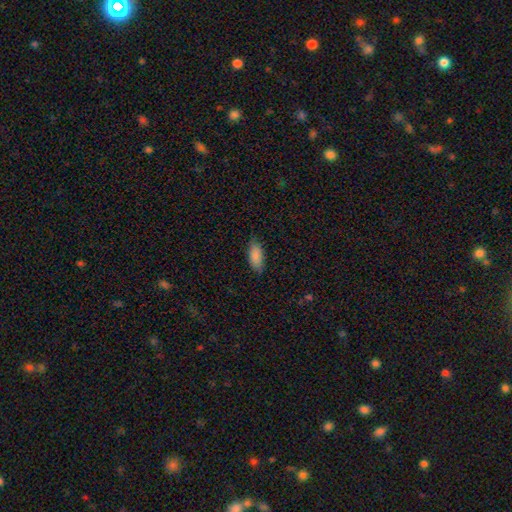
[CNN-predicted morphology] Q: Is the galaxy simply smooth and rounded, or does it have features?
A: smooth — 88%.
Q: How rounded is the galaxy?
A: in between — 85%.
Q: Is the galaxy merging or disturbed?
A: none — 82%.